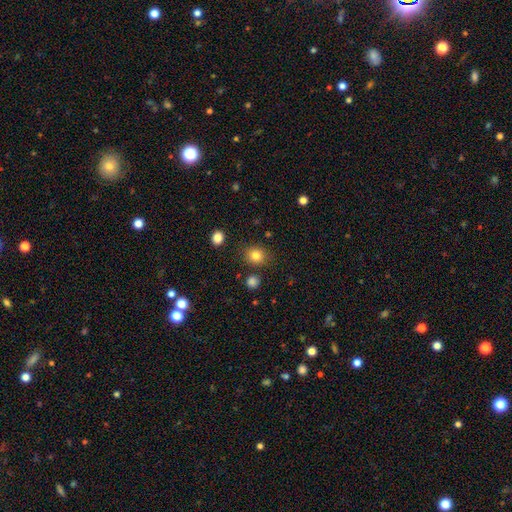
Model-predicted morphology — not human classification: smooth-or-featured: smooth: 82% | star or artifact: 12% | featured or disk: 6%
  how-rounded: round: 78% | in between: 22% | cigar-shaped: 1%
  merging: none: 84% | minor disturbance: 9% | merger: 4% | major disturbance: 3%